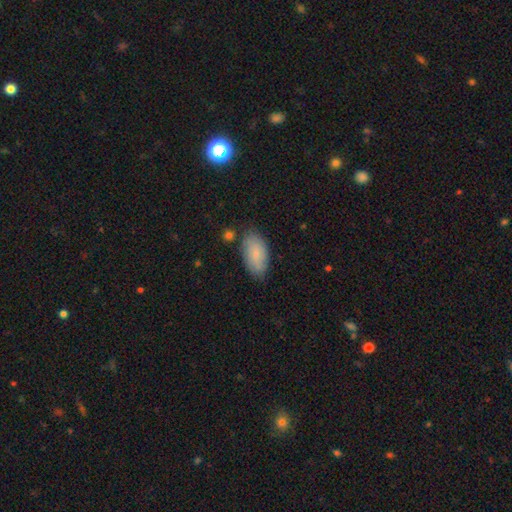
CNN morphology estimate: Smooth or featured? smooth (78%)
How rounded? in between (94%)
Merging? none (78%)